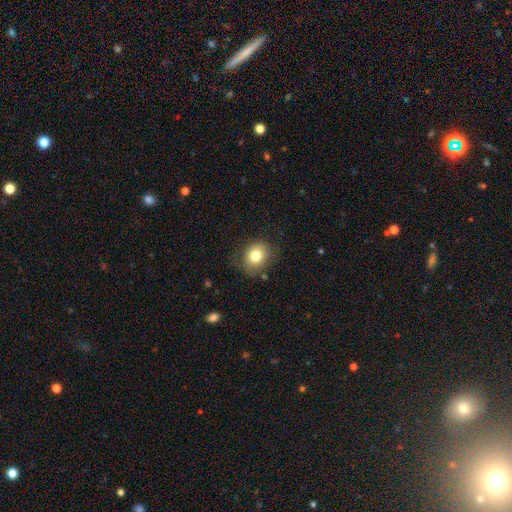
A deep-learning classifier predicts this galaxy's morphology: Smooth or featured: smooth — 78% (featured or disk — 11%)
How rounded: round — 62% (in between — 38%)
Merging: none — 79% (minor disturbance — 15%)